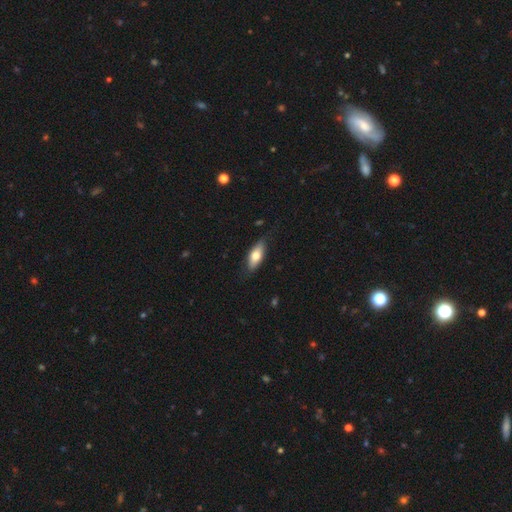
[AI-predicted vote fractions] This is likely a smooth galaxy (69%). How rounded: likely in between (76%). Merging: likely none (78%).